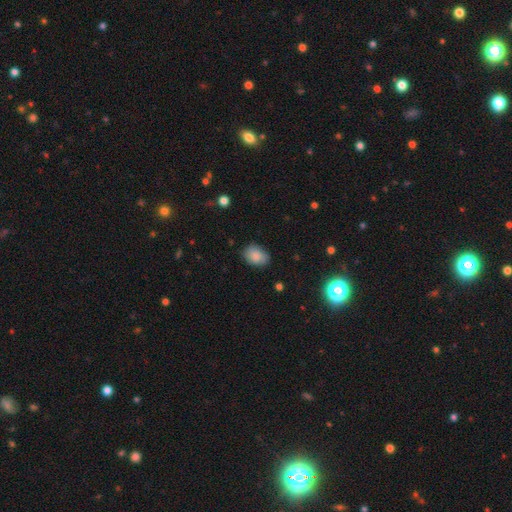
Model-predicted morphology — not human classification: This appears to be a smooth galaxy with no disk features (85%) that is in between round and cigar-shaped (77%). Merging: none (75%).